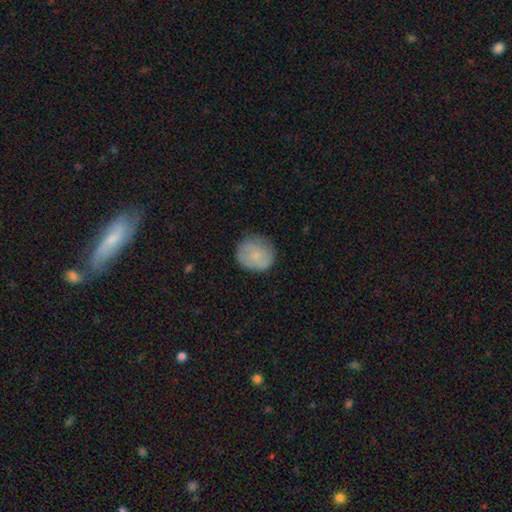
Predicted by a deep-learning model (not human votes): smooth 75%, featured or disk 18%, star or artifact 7%. Down the decision tree: how rounded — round (87%); merging — none (77%).